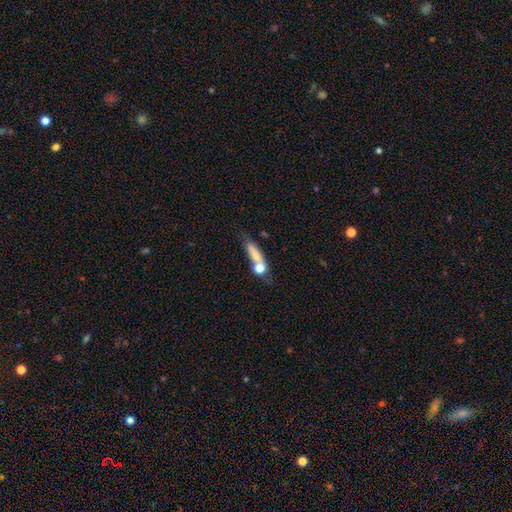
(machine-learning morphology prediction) Smooth or featured? smooth (67%)
How rounded? cigar-shaped (55%)
Merging? none (45%)